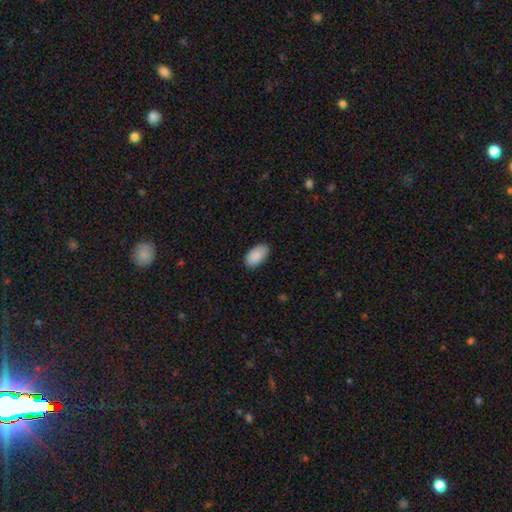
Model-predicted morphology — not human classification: Smooth or featured? smooth (90%)
How rounded? in between (95%)
Merging? none (84%)